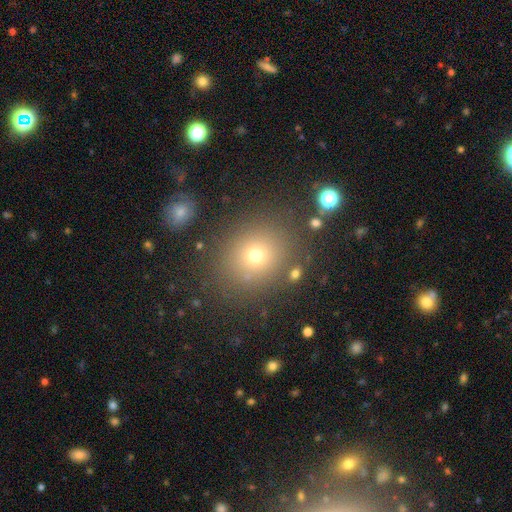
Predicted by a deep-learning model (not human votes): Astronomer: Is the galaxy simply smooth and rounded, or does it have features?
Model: smooth — 68%.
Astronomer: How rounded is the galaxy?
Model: round — 74%.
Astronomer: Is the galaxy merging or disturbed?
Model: none — 84%.